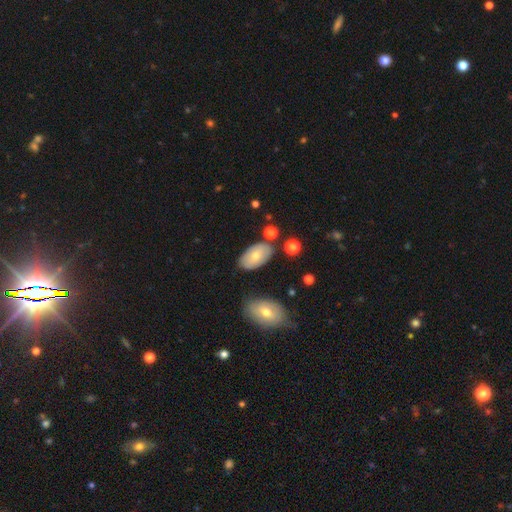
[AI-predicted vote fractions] smooth 69%, featured or disk 24%, star or artifact 7%. Down the decision tree: how rounded — in between (94%); merging — none (73%).